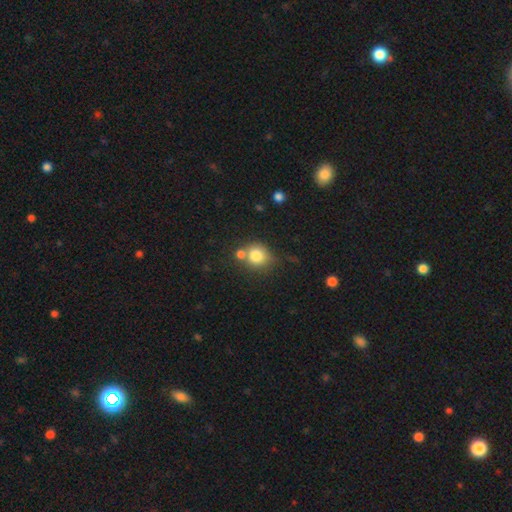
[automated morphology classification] This is likely a smooth galaxy (79%). How rounded: clearly round (83%). Merging: possibly none (53%).